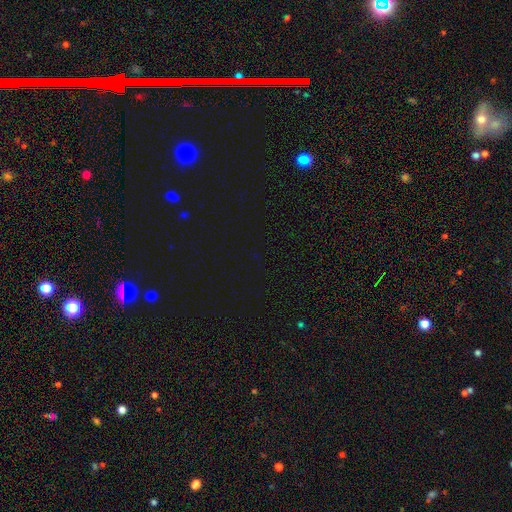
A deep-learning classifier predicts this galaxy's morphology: Overall: star or artifact (77%).